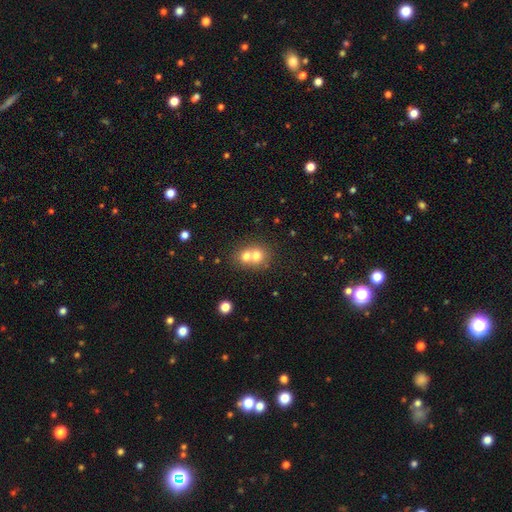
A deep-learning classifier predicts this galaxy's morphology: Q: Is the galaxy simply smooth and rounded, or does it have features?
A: smooth — 68%.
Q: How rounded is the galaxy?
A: round — 75%.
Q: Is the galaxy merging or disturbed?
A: merger — 66%.